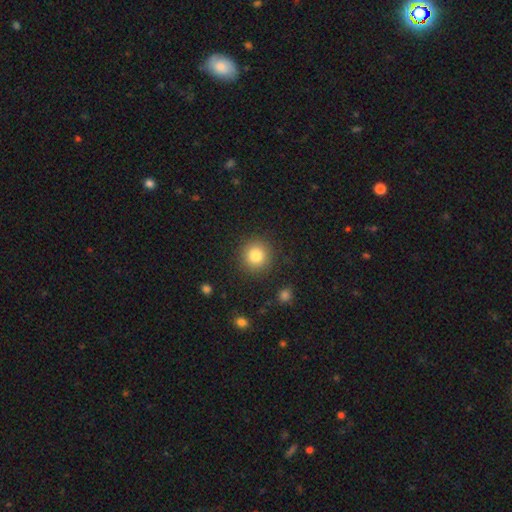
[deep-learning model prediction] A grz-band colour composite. It shows a smooth galaxy with no disk features (82%) that is round (93%). Merging: none (89%).